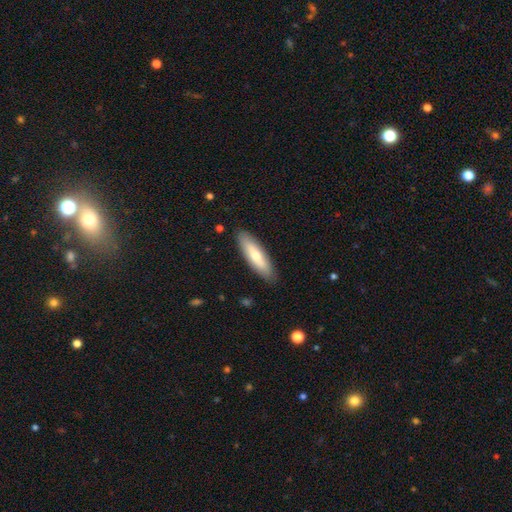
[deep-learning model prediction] A smooth galaxy with no disk features (67%) that is cigar-shaped (60%).

Vote fractions:
- Smooth or featured? smooth: 67% / featured or disk: 28% / star or artifact: 5%
- How rounded? cigar-shaped: 60% / in between: 39% / round: 2%
- Merging? none: 87% / minor disturbance: 9% / major disturbance: 2% / merger: 1%